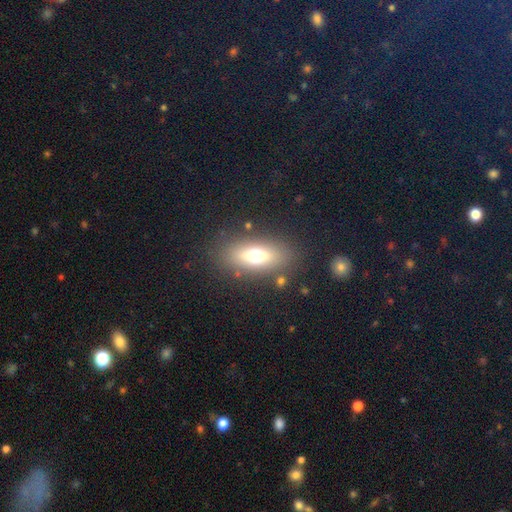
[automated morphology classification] type=smooth (61%); roundness=in between (75%); merging=none (82%).